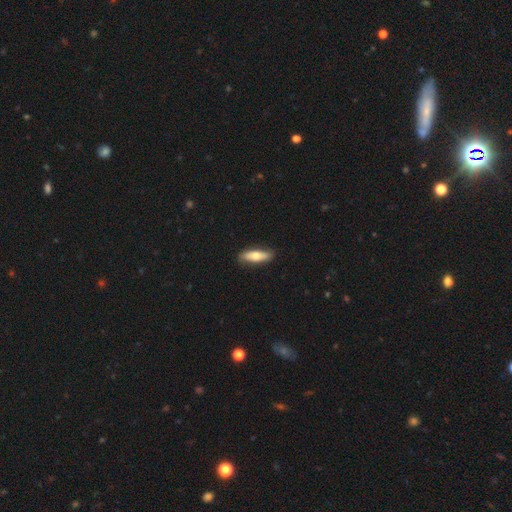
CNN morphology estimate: A smooth galaxy with no disk features (66%) that is in between round and cigar-shaped (51%). Merging: none (86%).